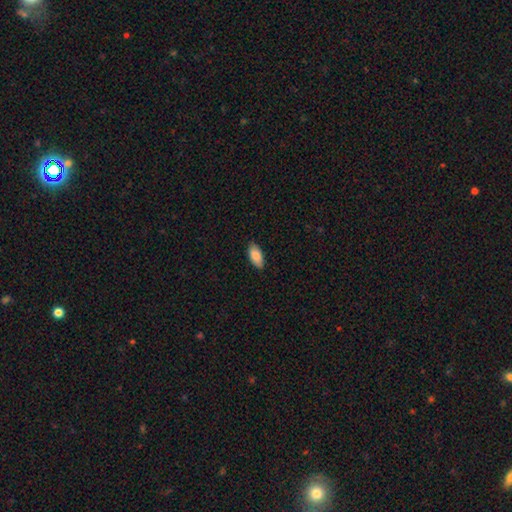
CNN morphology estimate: smooth 87%, featured or disk 7%, star or artifact 6%. Down the decision tree: how rounded — in between (91%); merging — none (85%).